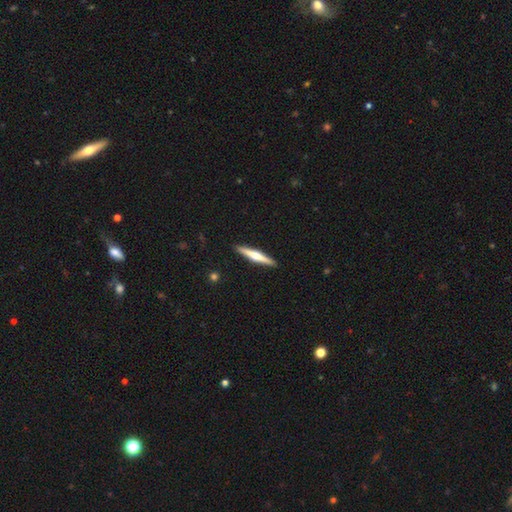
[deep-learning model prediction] smooth_or_featured: featured or disk (p=0.59) [alt: smooth p=0.36]
disk_edge_on: yes (p=0.97) [alt: no p=0.03]
edge_on_bulge: rounded (p=0.86) [alt: none p=0.08]
merging: none (p=0.92) [alt: minor disturbance p=0.06]